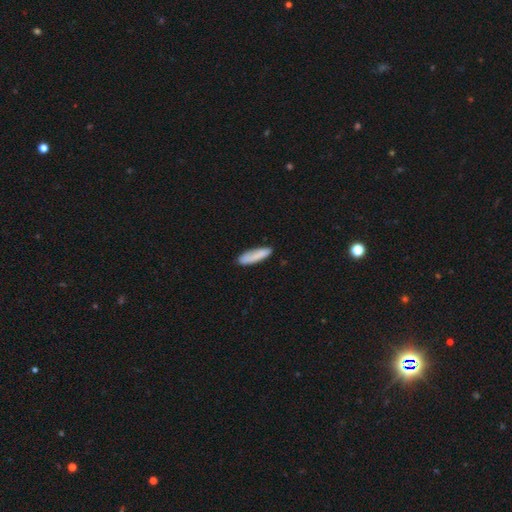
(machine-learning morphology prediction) This appears to be a smooth galaxy with no disk features (84%) that is cigar-shaped (73%). Merging: none (82%).